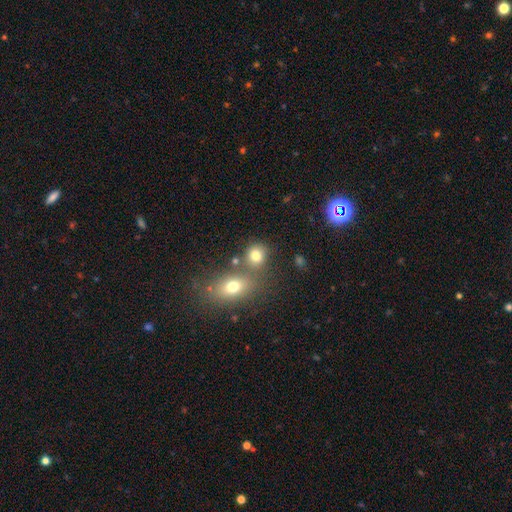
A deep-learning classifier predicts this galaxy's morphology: A smooth galaxy with no disk features (78%) that is round (70%). Merging: none (59%).